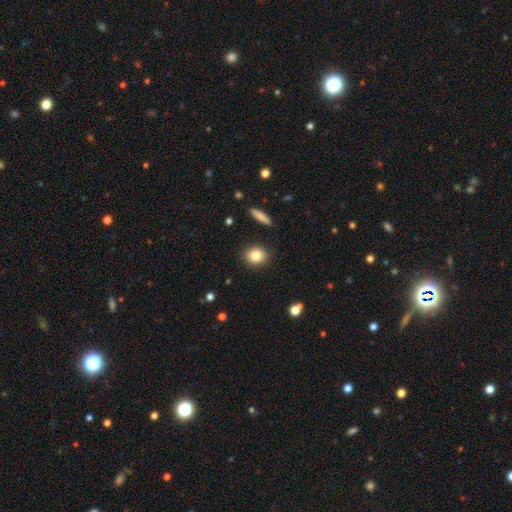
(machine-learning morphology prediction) smooth-or-featured: smooth: 84% | star or artifact: 9% | featured or disk: 7%
  how-rounded: round: 71% | in between: 27% | cigar-shaped: 2%
  merging: none: 90% | minor disturbance: 7% | major disturbance: 2% | merger: 2%